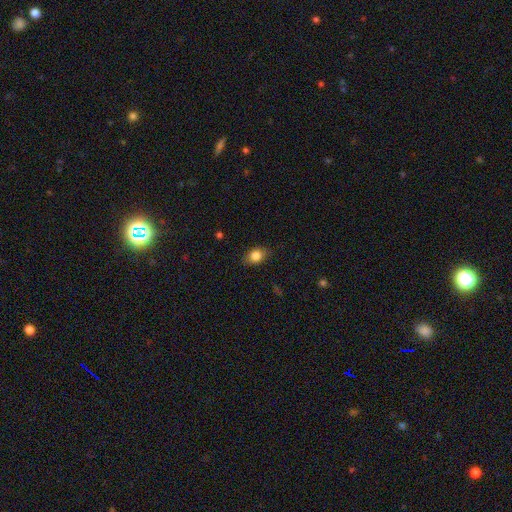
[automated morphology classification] Smooth or featured? smooth (83%)
How rounded? in between (65%)
Merging? none (82%)